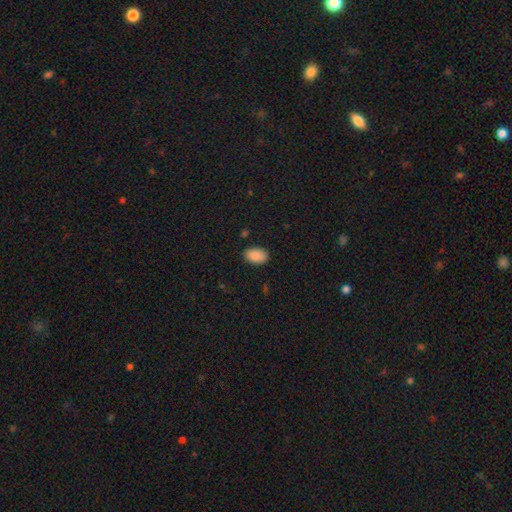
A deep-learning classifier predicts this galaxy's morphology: Q: Smooth or featured?
A: smooth (87%); runner-up: star or artifact (7%)
Q: How rounded?
A: in between (90%); runner-up: round (9%)
Q: Merging?
A: none (87%); runner-up: minor disturbance (9%)